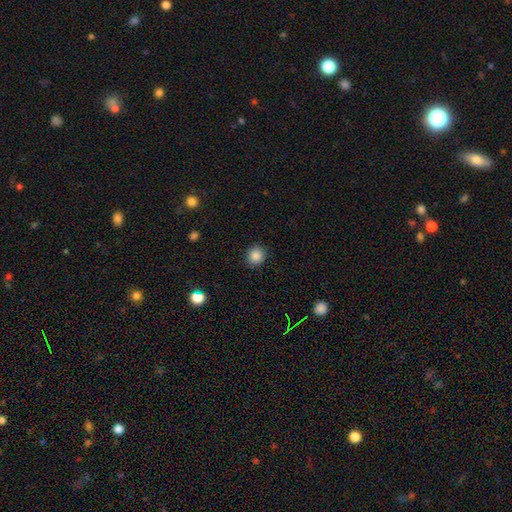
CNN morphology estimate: A smooth galaxy with no disk features (86%) that is round (85%).

Vote fractions:
- Smooth or featured? smooth: 86% / star or artifact: 10% / featured or disk: 4%
- How rounded? round: 85% / in between: 14% / cigar-shaped: 1%
- Merging? none: 90% / minor disturbance: 7% / major disturbance: 2% / merger: 1%